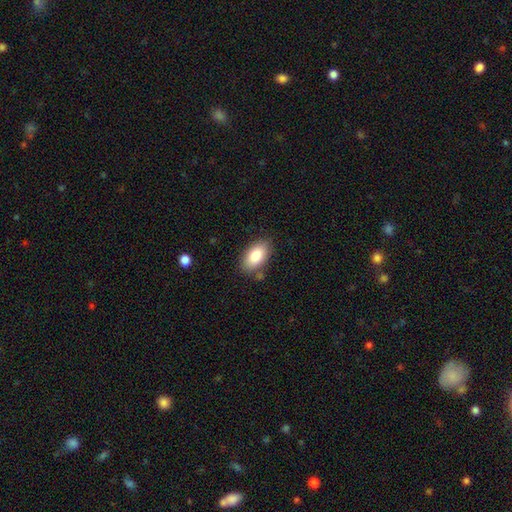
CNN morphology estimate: Overall: smooth (86%). How rounded: in between (94%). Merging: none (81%).